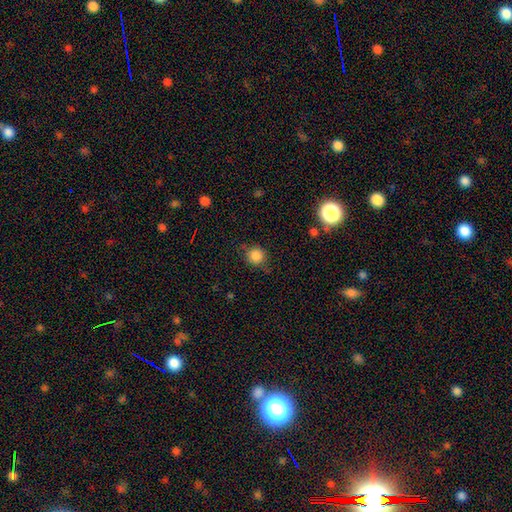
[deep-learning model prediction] Morphology: type=smooth (84%); roundness=round (90%); merging=none (77%).